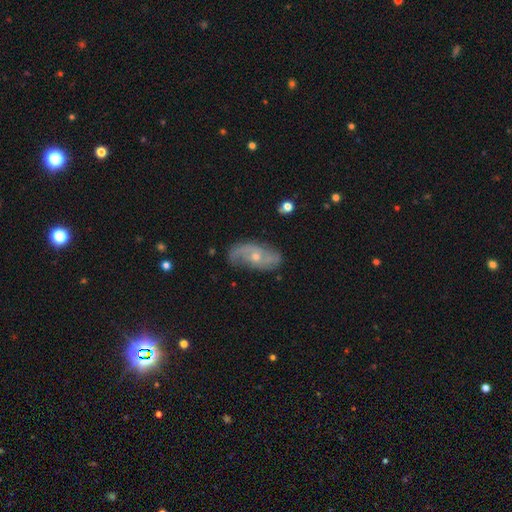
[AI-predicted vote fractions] Q: Smooth or featured?
A: featured or disk (79%); runner-up: smooth (14%)
Q: Edge-on disk?
A: no (94%); runner-up: yes (6%)
Q: Bar?
A: no (69%); runner-up: weak (26%)
Q: Spiral arms?
A: yes (92%); runner-up: no (8%)
Q: Spiral winding?
A: medium (41%); runner-up: loose (38%)
Q: Spiral arm count?
A: 2 (74%); runner-up: can't tell (13%)
Q: Bulge size?
A: small (58%); runner-up: moderate (39%)
Q: Merging?
A: none (69%); runner-up: minor disturbance (21%)